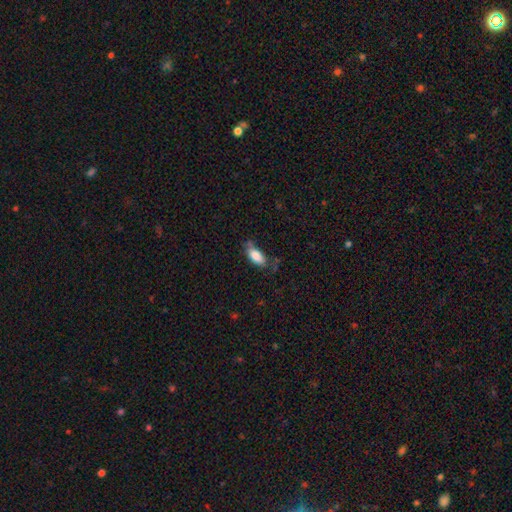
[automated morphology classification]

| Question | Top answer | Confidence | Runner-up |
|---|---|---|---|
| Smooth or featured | smooth | 82% | featured or disk (11%) |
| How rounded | in between | 88% | cigar-shaped (10%) |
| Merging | none | 57% | minor disturbance (28%) |